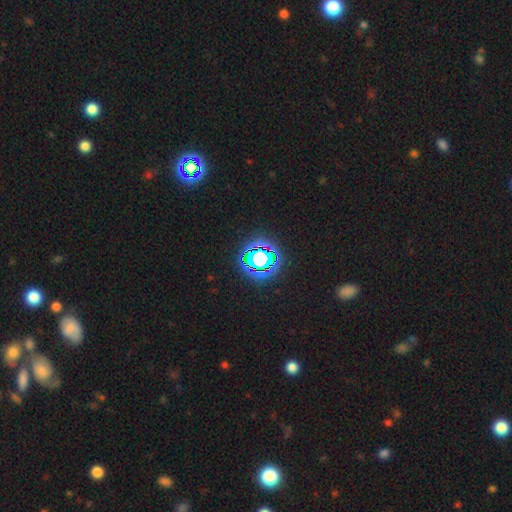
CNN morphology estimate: A star or artifact, not a galaxy (79%).